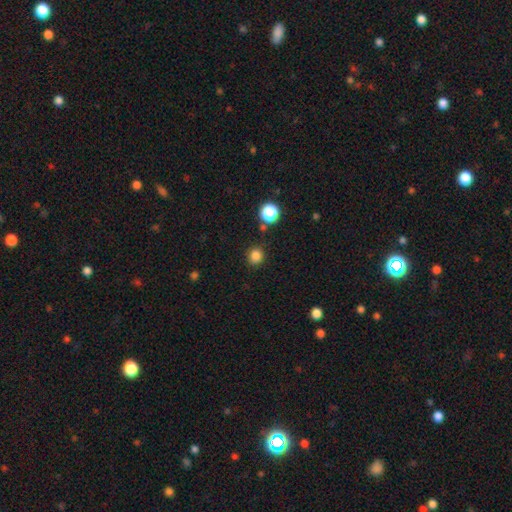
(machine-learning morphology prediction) Smooth or featured? Predicted: smooth (p=0.83). How rounded? Predicted: round (p=0.87). Merging? Predicted: none (p=0.86).